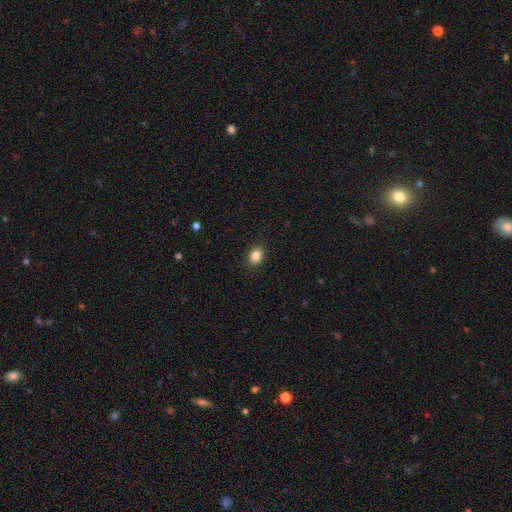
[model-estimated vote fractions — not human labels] smooth 86%, star or artifact 10%, featured or disk 5%. Down the decision tree: how rounded — in between (62%); merging — none (90%).